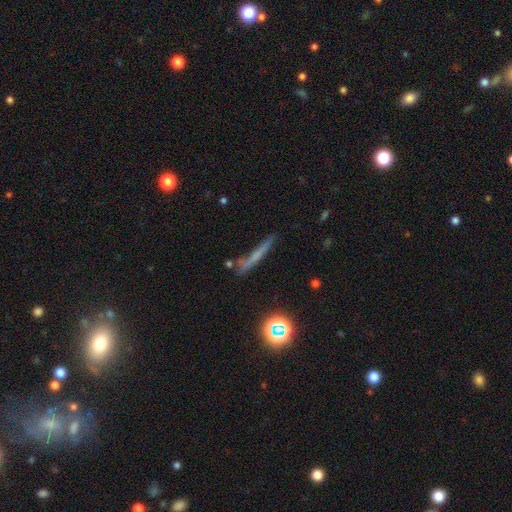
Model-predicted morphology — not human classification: Overall: smooth (47%; featured or disk 37%). Merging: none (73%).